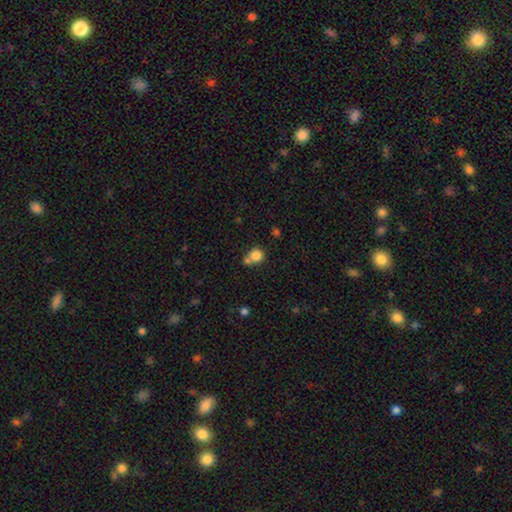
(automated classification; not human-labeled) smooth-or-featured: smooth: 82% | star or artifact: 11% | featured or disk: 7%
  how-rounded: round: 85% | in between: 15% | cigar-shaped: 1%
  merging: none: 49% | merger: 37% | minor disturbance: 10% | major disturbance: 4%